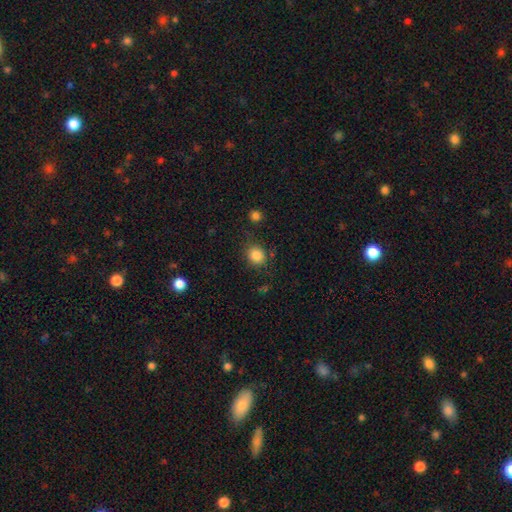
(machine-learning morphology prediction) The model was most divided on "how rounded": round: 80%, in between: 19%, cigar-shaped: 1%. More confident: smooth or featured — smooth (85%); merging — none (78%).